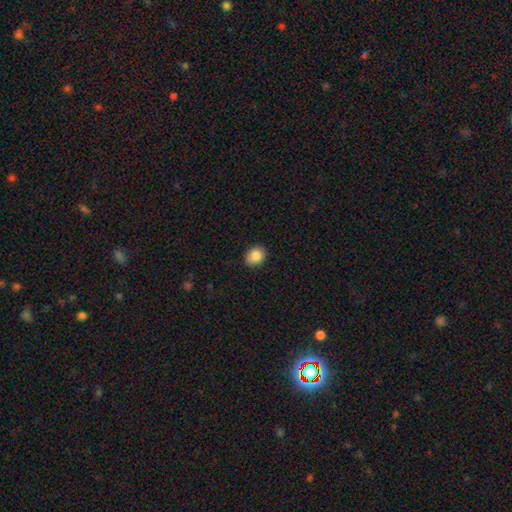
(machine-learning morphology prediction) Smooth or featured? Predicted: smooth (p=0.86). How rounded? Predicted: round (p=0.55). Merging? Predicted: none (p=0.89).